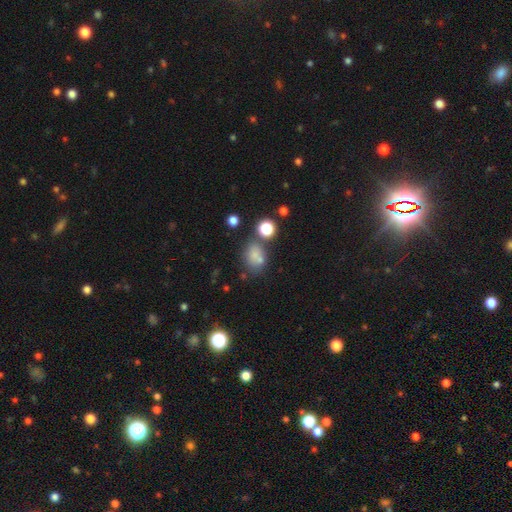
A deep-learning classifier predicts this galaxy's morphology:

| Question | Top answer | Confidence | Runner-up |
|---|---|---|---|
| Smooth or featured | smooth | 71% | star or artifact (17%) |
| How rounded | in between | 55% | round (43%) |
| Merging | none | 51% | merger (26%) |